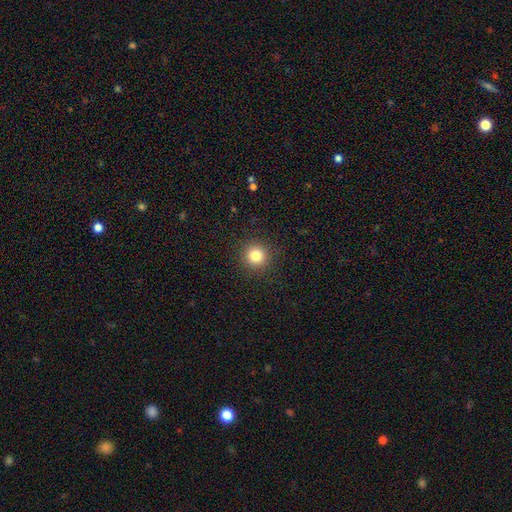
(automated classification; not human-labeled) Q: Smooth or featured?
A: smooth (82%); runner-up: star or artifact (12%)
Q: How rounded?
A: round (95%); runner-up: in between (4%)
Q: Merging?
A: none (92%); runner-up: minor disturbance (5%)